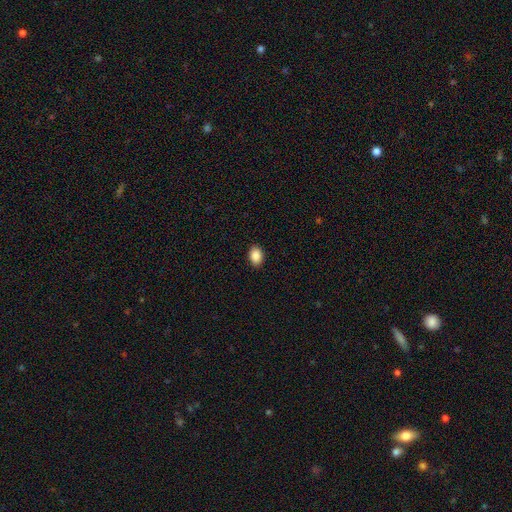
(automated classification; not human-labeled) smooth_or_featured: smooth (p=0.89) [alt: star or artifact p=0.08]
how_rounded: in between (p=0.81) [alt: round p=0.18]
merging: none (p=0.90) [alt: minor disturbance p=0.07]